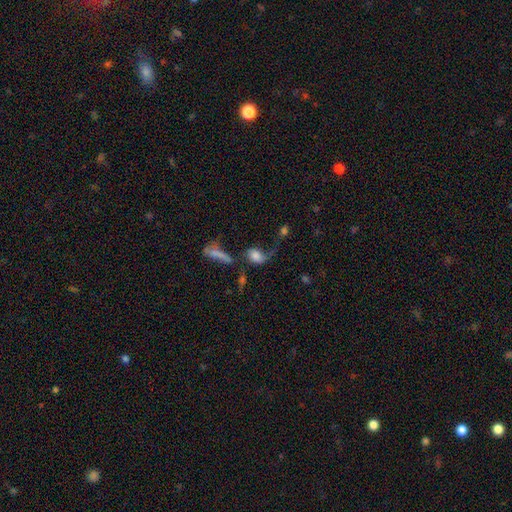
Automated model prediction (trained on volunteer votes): The model was most divided on "merging": major disturbance: 32%, none: 27%, merger: 24%, minor disturbance: 17%. More confident: how rounded — in between (72%); smooth or featured — smooth (59%).